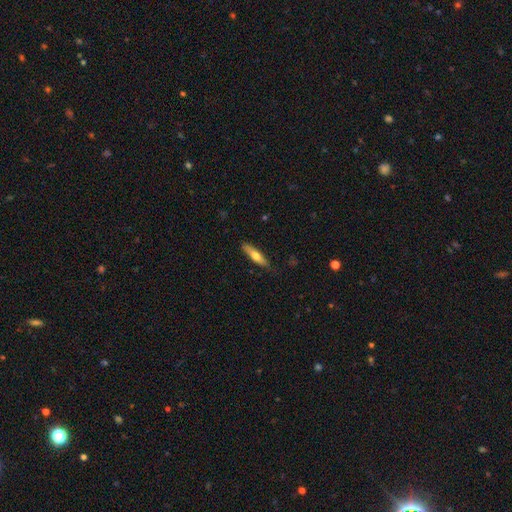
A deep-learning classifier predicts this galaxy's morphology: This is likely a smooth galaxy (62%). How rounded: likely cigar-shaped (75%). Merging: likely none (79%).